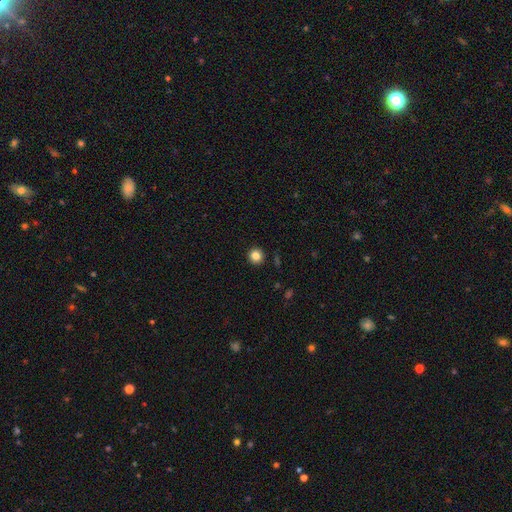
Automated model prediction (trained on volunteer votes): This appears to be a smooth galaxy with no disk features (84%) that is round (93%). Merging: none (92%).